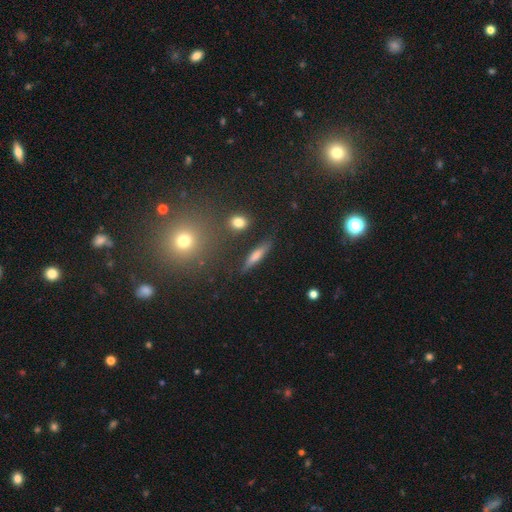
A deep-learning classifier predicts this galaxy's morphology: smooth-or-featured: featured or disk: 47% | smooth: 36% | star or artifact: 17%
  merging: none: 86% | minor disturbance: 8% | merger: 3% | major disturbance: 3%